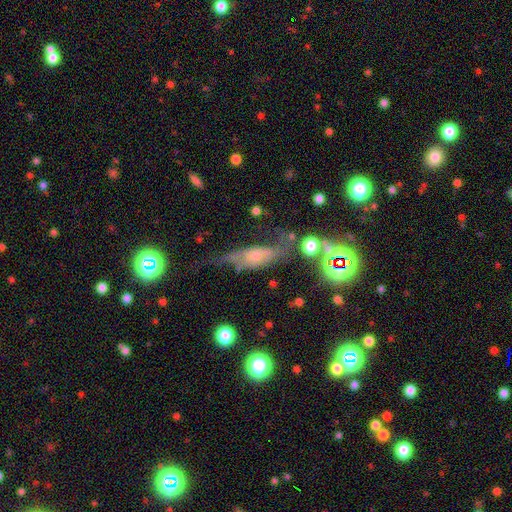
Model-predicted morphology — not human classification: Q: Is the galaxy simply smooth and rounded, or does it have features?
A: featured or disk — 57%.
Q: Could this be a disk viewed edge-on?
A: no — 68%.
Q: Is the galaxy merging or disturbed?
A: none — 40%.